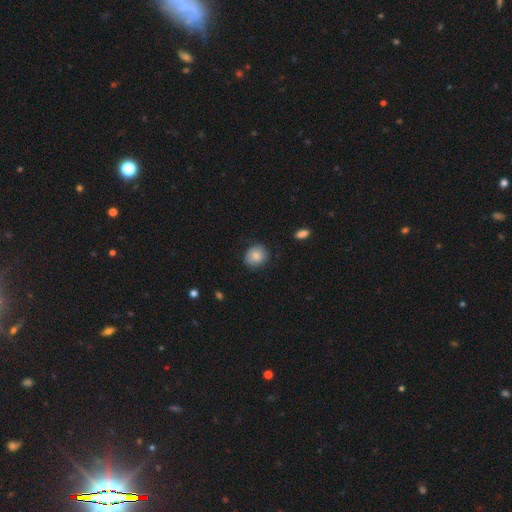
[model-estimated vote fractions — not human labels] Smooth or featured?
  - smooth: 83% *
  - featured or disk: 9%
  - star or artifact: 8%
How rounded?
  - round: 75% *
  - in between: 24%
  - cigar-shaped: 1%
Merging?
  - none: 78% *
  - minor disturbance: 17%
  - major disturbance: 3%
  - merger: 1%